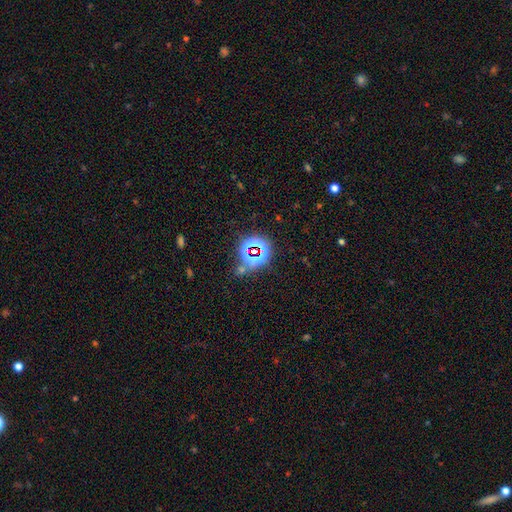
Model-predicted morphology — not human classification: A star or artifact, not a galaxy (79%).

Vote fractions:
- Smooth or featured? star or artifact: 79% / smooth: 13% / featured or disk: 8%